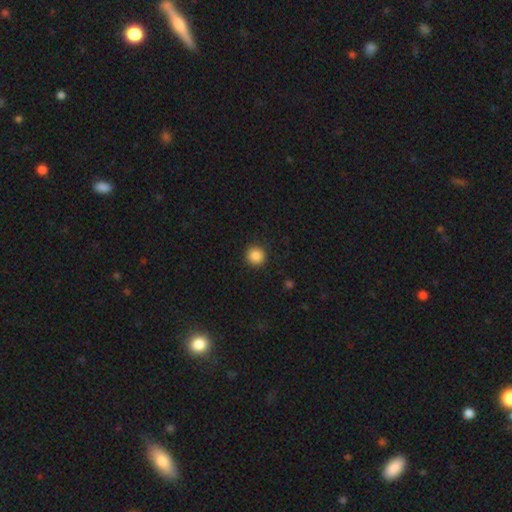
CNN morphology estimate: smooth-or-featured: smooth: 87% | star or artifact: 9% | featured or disk: 3%
  how-rounded: round: 93% | in between: 6% | cigar-shaped: 1%
  merging: none: 91% | minor disturbance: 6% | major disturbance: 2% | merger: 1%